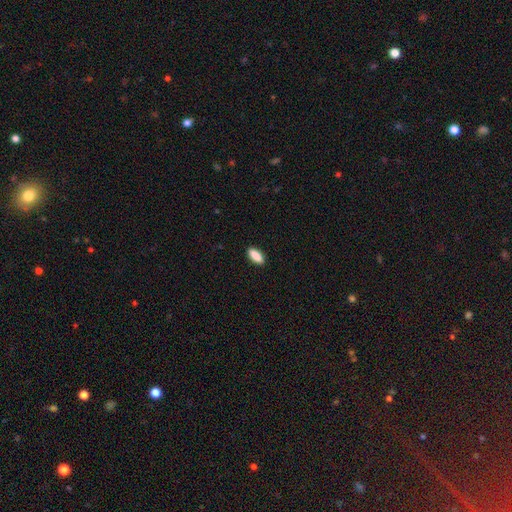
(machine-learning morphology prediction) smooth-or-featured: smooth: 89% | star or artifact: 7% | featured or disk: 5%
  how-rounded: in between: 77% | cigar-shaped: 21% | round: 2%
  merging: none: 89% | minor disturbance: 8% | major disturbance: 2% | merger: 1%